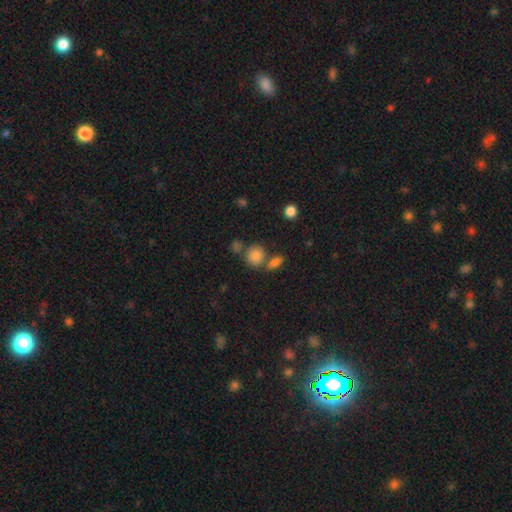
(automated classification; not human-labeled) This is clearly a smooth galaxy (84%). How rounded: likely round (79%). Merging: possibly none (56%).